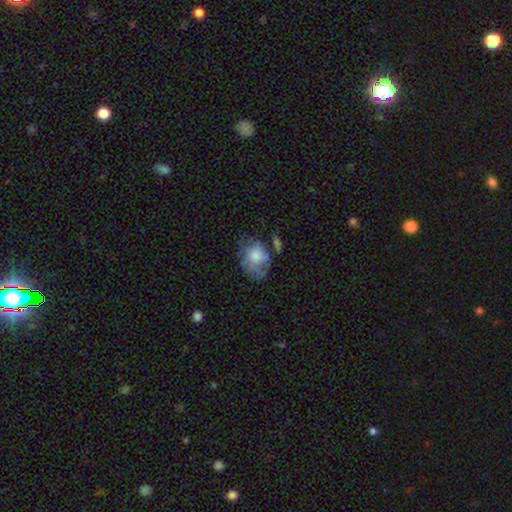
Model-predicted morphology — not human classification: smooth 69%, featured or disk 23%, star or artifact 8%. Down the decision tree: how rounded — in between (60%); merging — none (42%).